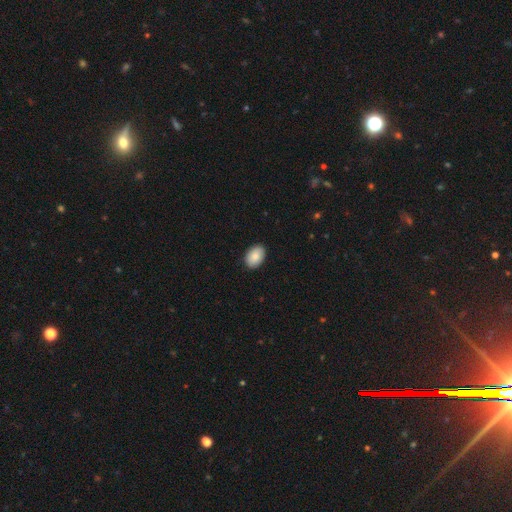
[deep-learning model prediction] This is clearly a smooth galaxy (87%). How rounded: clearly in between (85%). Merging: clearly none (90%).